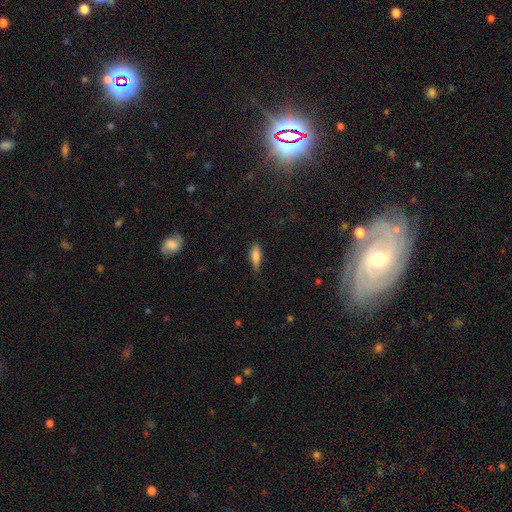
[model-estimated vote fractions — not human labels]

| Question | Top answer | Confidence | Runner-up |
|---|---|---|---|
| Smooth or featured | smooth | 78% | featured or disk (14%) |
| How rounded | in between | 56% | cigar-shaped (42%) |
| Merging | none | 66% | minor disturbance (27%) |